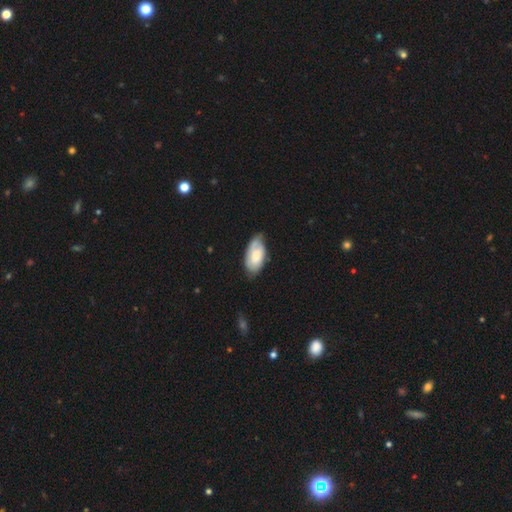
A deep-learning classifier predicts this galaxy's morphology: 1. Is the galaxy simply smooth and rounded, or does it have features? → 56% smooth, 38% featured or disk, 6% star or artifact.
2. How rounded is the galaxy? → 94% in between, 4% cigar-shaped, 3% round.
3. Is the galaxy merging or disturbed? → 61% none, 30% minor disturbance, 7% major disturbance, 2% merger.